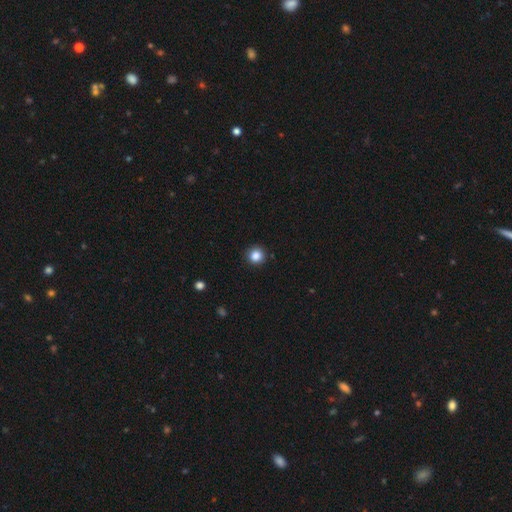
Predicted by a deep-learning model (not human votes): Q: Smooth or featured?
A: smooth (86%); runner-up: star or artifact (11%)
Q: How rounded?
A: round (94%); runner-up: in between (5%)
Q: Merging?
A: none (91%); runner-up: minor disturbance (6%)